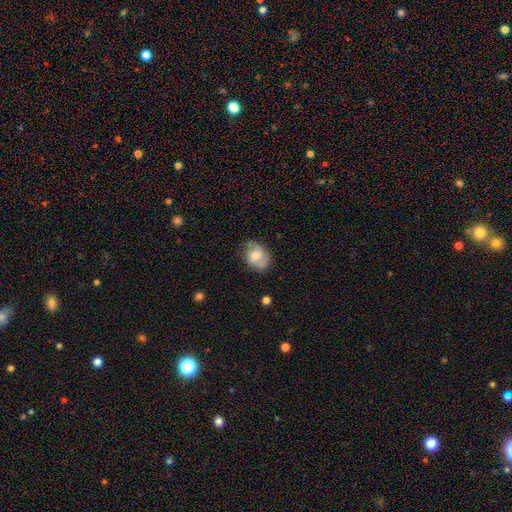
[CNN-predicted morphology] smooth-or-featured: featured or disk: 52% | smooth: 40% | star or artifact: 7%
  disk-edge-on: no: 96% | yes: 4%
    bar: no: 65% | weak: 30% | strong: 5%
    has-spiral-arms: yes: 84% | no: 16%
    bulge-size: moderate: 59% | small: 32% | large: 5% | none: 3% | dominant: 1%
  merging: none: 67% | minor disturbance: 24% | major disturbance: 7% | merger: 2%